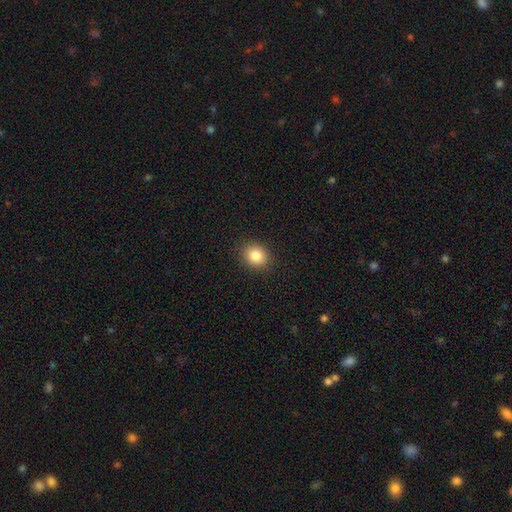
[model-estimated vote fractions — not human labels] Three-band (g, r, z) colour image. It shows a smooth galaxy with no disk features (84%) that is round (66%). Merging: none (90%).